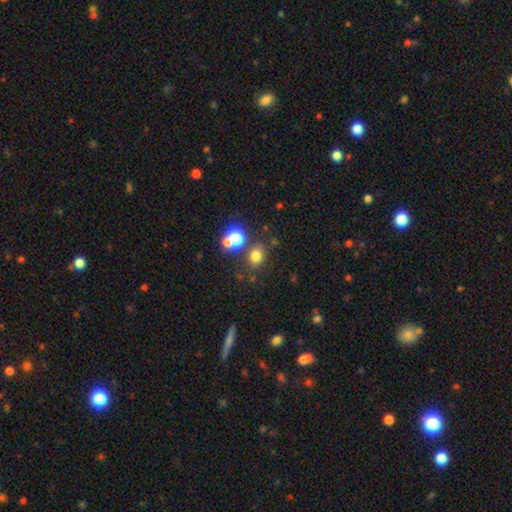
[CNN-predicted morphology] This appears to be a smooth galaxy with no disk features (72%) that is round (50%). Merging: none (73%).